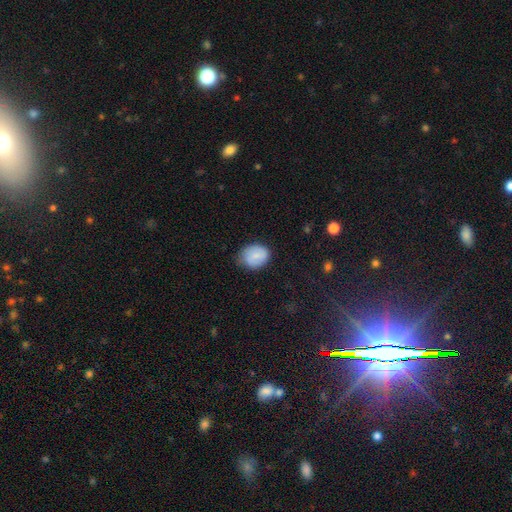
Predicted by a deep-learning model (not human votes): Overall: smooth (77%). How rounded: round (51%; in between 48%). Merging: none (63%; minor disturbance 30%).